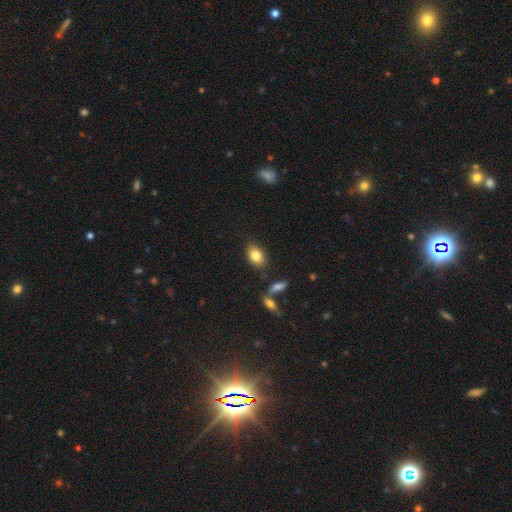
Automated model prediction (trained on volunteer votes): The model was most divided on "how rounded": in between: 83%, round: 15%, cigar-shaped: 2%. More confident: smooth or featured — smooth (82%); merging — none (81%).